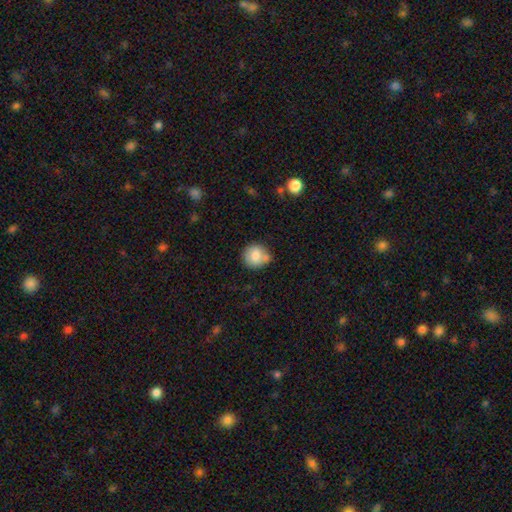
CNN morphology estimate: The model was most divided on "merging": none: 66%, minor disturbance: 17%, merger: 14%, major disturbance: 4%. More confident: how rounded — round (90%); smooth or featured — smooth (82%).